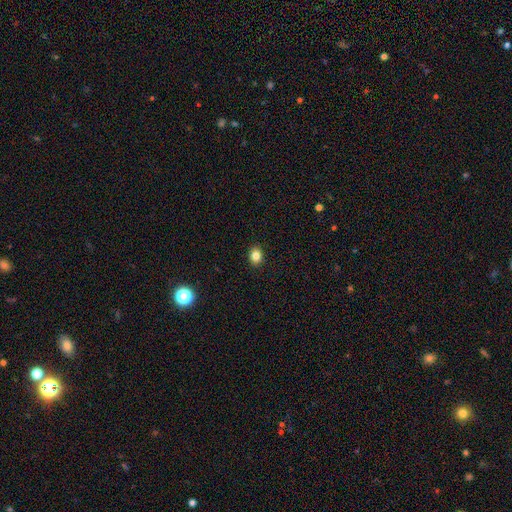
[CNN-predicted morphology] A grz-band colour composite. It shows a smooth galaxy with no disk features (83%) that is round (53%). Merging: none (91%).